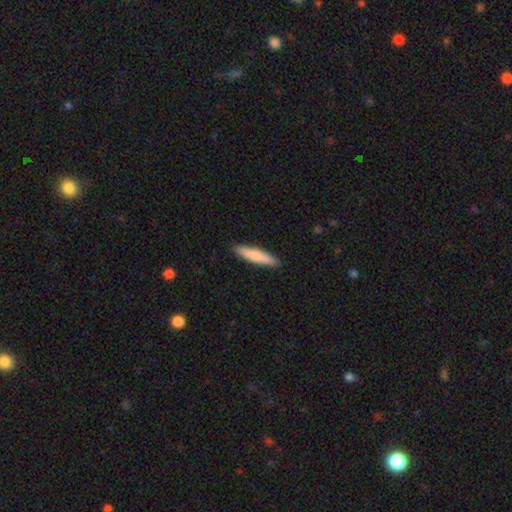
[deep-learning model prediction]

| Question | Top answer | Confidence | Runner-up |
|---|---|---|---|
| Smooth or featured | smooth | 81% | featured or disk (14%) |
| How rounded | cigar-shaped | 87% | in between (12%) |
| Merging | none | 91% | minor disturbance (7%) |